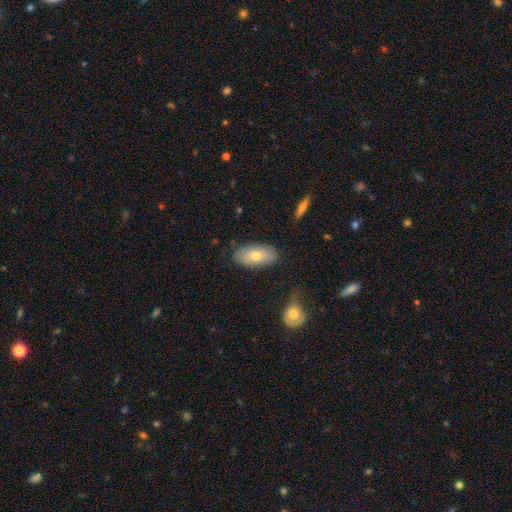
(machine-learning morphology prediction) smooth 70%, featured or disk 23%, star or artifact 7%. Down the decision tree: how rounded — in between (92%); merging — none (79%).